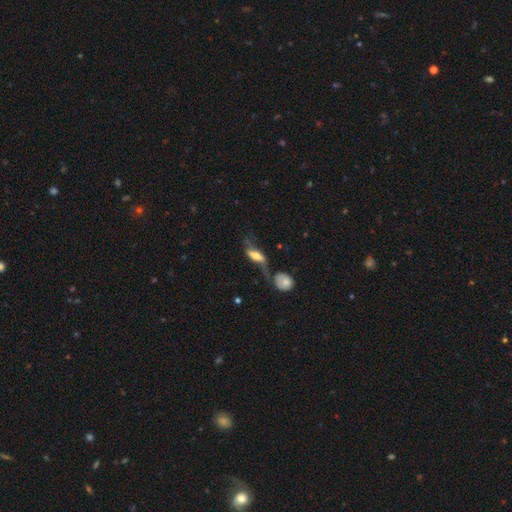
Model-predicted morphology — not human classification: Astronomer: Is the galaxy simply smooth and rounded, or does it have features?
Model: featured or disk — 58% (runner-up: smooth, 35%).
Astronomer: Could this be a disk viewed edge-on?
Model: no — 52% (runner-up: yes, 48%).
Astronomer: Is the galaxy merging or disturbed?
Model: none — 33% (runner-up: major disturbance, 30%).